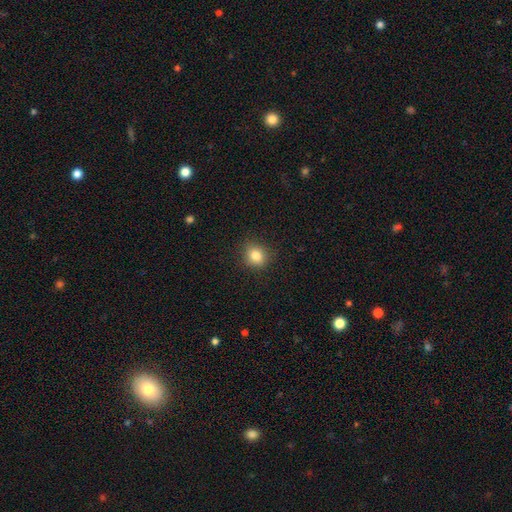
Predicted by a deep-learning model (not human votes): The model was most divided on "how rounded": round: 74%, in between: 25%, cigar-shaped: 1%. More confident: merging — none (87%); smooth or featured — smooth (84%).